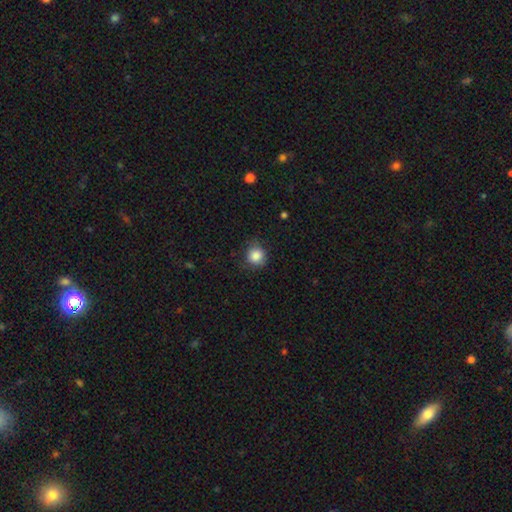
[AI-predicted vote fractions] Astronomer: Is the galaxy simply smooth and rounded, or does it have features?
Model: smooth — 86%.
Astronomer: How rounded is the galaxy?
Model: round — 87%.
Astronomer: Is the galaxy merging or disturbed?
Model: none — 79%.